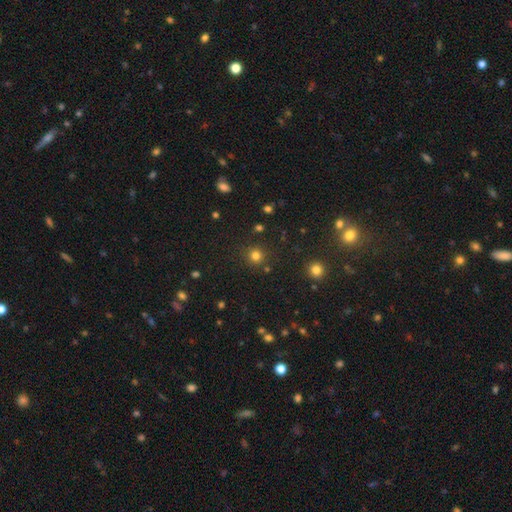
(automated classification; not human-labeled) Overall: smooth (77%). How rounded: round (94%). Merging: none (87%).